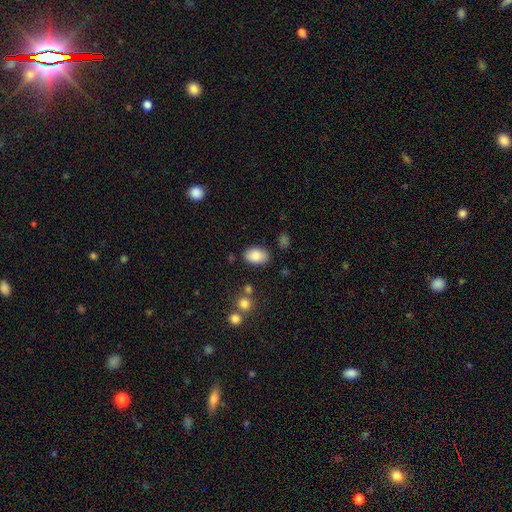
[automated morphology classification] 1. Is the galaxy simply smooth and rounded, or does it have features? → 86% smooth, 8% star or artifact, 6% featured or disk.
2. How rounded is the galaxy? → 89% in between, 9% round, 1% cigar-shaped.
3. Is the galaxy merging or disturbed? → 82% none, 12% minor disturbance, 3% major disturbance, 3% merger.